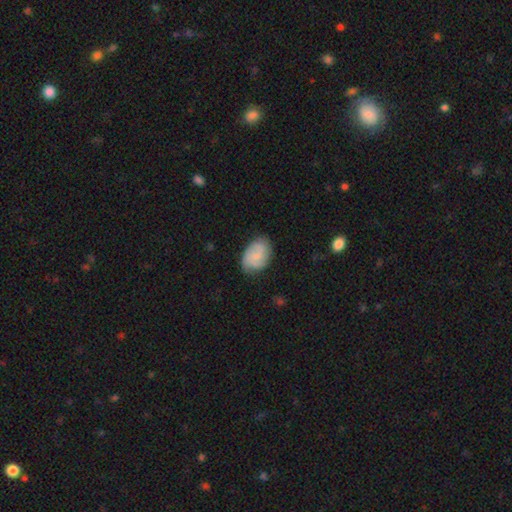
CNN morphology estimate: Smooth or featured? featured or disk (48%)
Merging? none (74%)